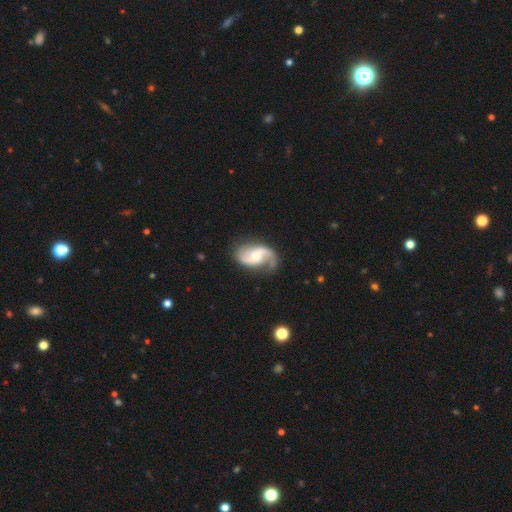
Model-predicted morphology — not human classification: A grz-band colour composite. It shows a featured or disk galaxy (88%) with no bar (47%), 2 (89%) loose (48%) spiral arms (97%) and a moderate central bulge (56%). Merging: none (71%).